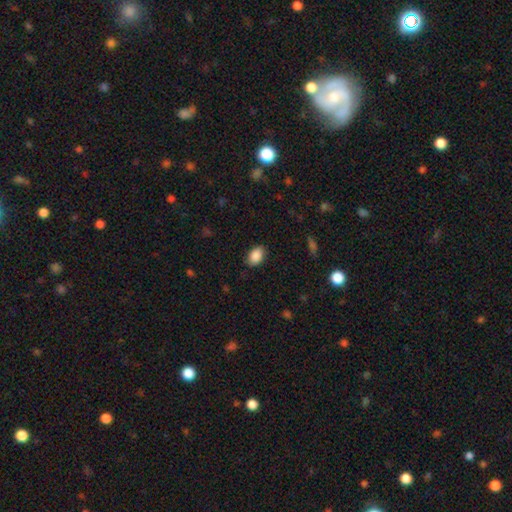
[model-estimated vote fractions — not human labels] Q: Smooth or featured?
A: smooth (89%); runner-up: star or artifact (7%)
Q: How rounded?
A: in between (88%); runner-up: round (10%)
Q: Merging?
A: none (86%); runner-up: minor disturbance (10%)